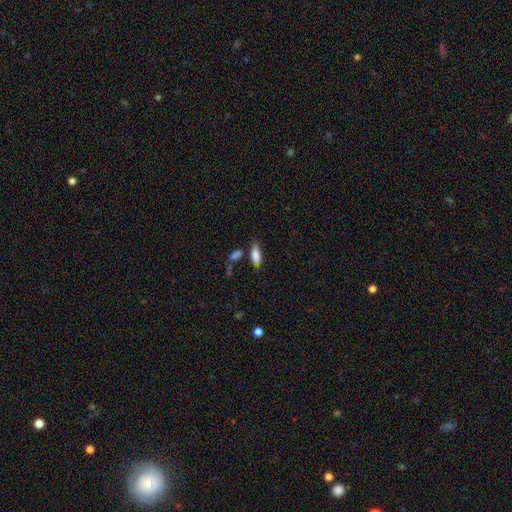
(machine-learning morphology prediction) type=smooth (85%); roundness=in between (78%); merging=none (61%).